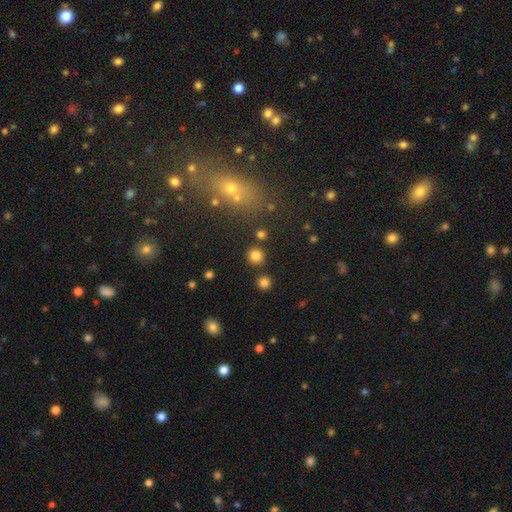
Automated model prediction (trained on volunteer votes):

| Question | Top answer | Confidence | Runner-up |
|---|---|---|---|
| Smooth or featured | smooth | 81% | star or artifact (14%) |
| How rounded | round | 92% | in between (7%) |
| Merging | none | 87% | minor disturbance (6%) |